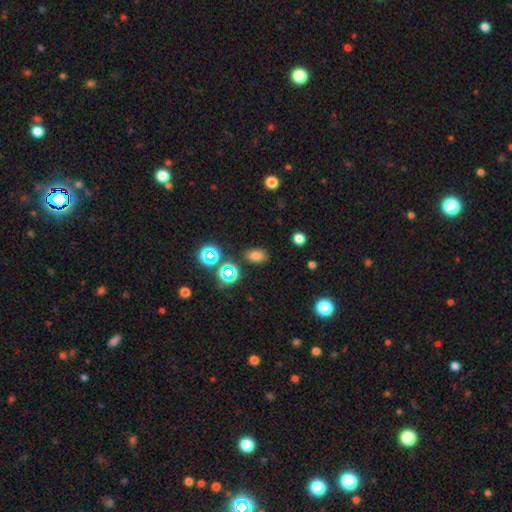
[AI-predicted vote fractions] Q: Smooth or featured?
A: smooth (71%); runner-up: star or artifact (22%)
Q: How rounded?
A: in between (81%); runner-up: round (18%)
Q: Merging?
A: none (82%); runner-up: minor disturbance (11%)